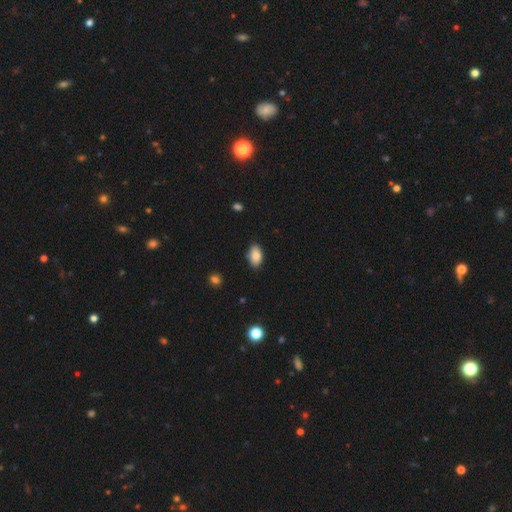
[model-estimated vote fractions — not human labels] A smooth galaxy with no disk features (87%) that is in between round and cigar-shaped (93%). Merging: none (83%).